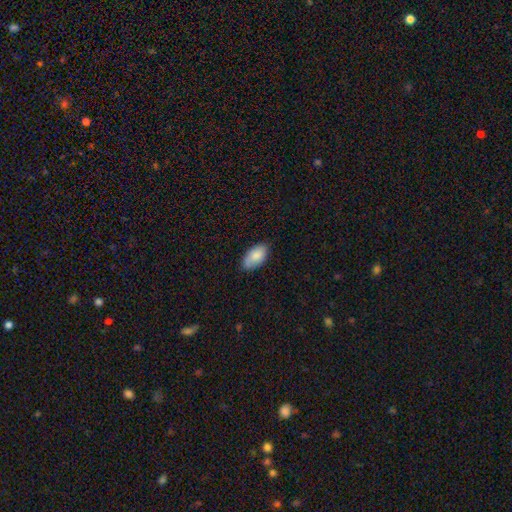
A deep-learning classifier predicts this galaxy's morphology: This appears to be a smooth galaxy with no disk features (85%) that is in between round and cigar-shaped (95%). Merging: none (76%).